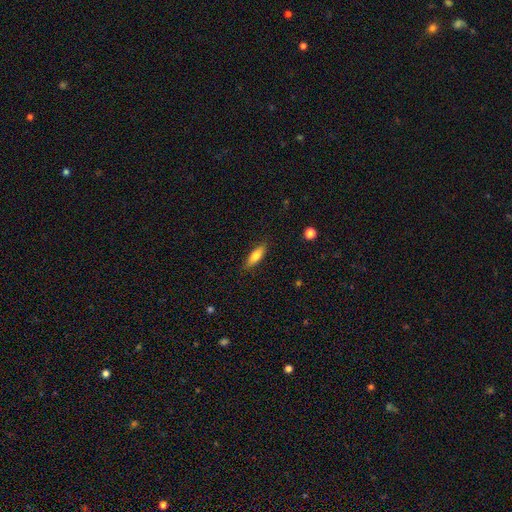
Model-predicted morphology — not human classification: A smooth galaxy with no disk features (74%) that is in between round and cigar-shaped (55%).

Vote fractions:
- Smooth or featured? smooth: 74% / featured or disk: 19% / star or artifact: 7%
- How rounded? in between: 55% / cigar-shaped: 43% / round: 2%
- Merging? none: 86% / minor disturbance: 11% / major disturbance: 2% / merger: 1%